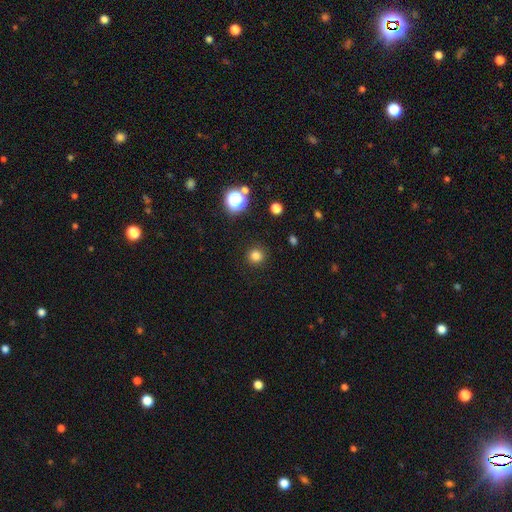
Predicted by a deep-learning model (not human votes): The model was most divided on "smooth or featured": smooth: 81%, star or artifact: 15%, featured or disk: 4%. More confident: how rounded — round (94%); merging — none (91%).